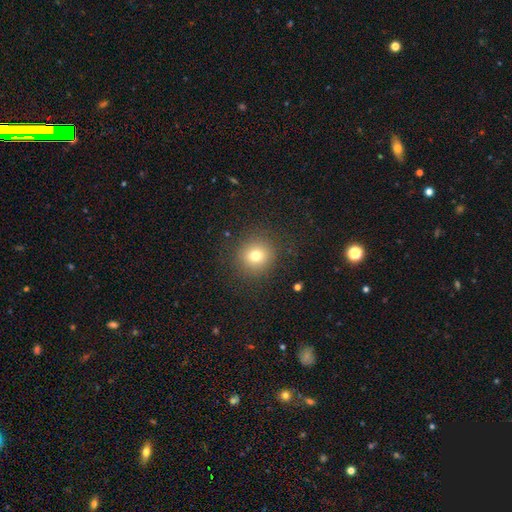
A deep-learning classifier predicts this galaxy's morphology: This appears to be a smooth galaxy with no disk features (74%) that is round (90%). Merging: none (87%).